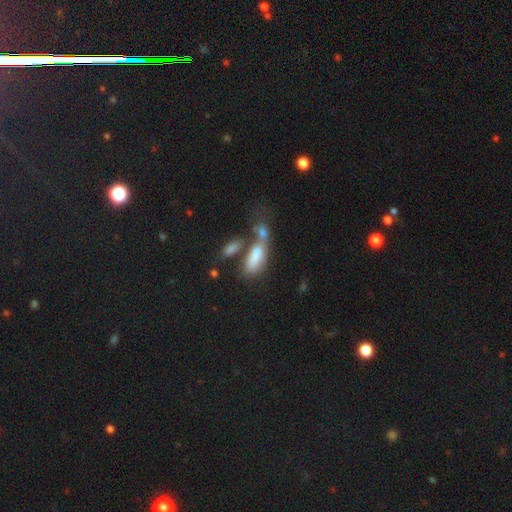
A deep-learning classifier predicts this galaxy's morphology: Overall: smooth (73%). How rounded: in between (71%). Merging: merger (54%; none 22%).